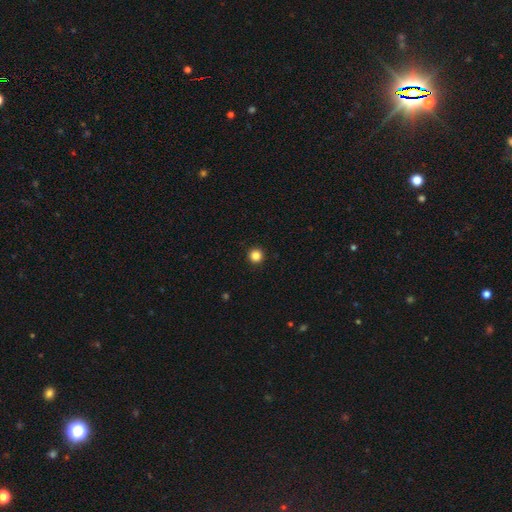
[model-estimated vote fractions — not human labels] The model was most divided on "smooth or featured": smooth: 86%, star or artifact: 11%, featured or disk: 3%. More confident: how rounded — round (96%); merging — none (94%).